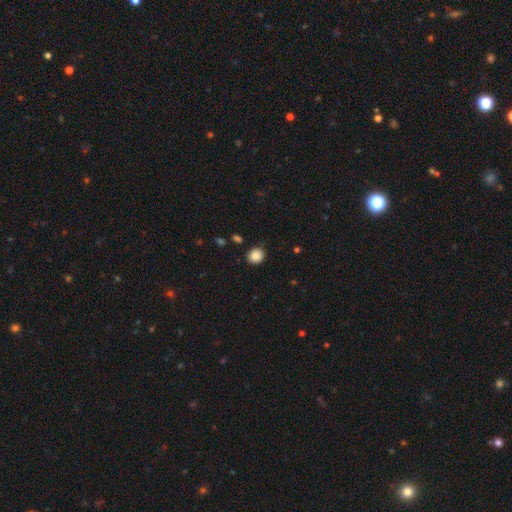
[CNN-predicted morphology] Smooth or featured? Predicted: smooth (p=0.87). How rounded? Predicted: round (p=0.81). Merging? Predicted: none (p=0.88).